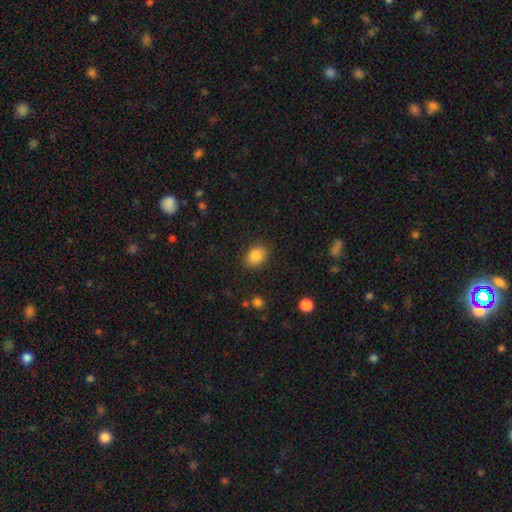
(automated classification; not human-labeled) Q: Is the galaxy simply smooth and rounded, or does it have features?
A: smooth — 86%.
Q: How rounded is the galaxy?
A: in between — 63%.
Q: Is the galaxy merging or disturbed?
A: none — 87%.